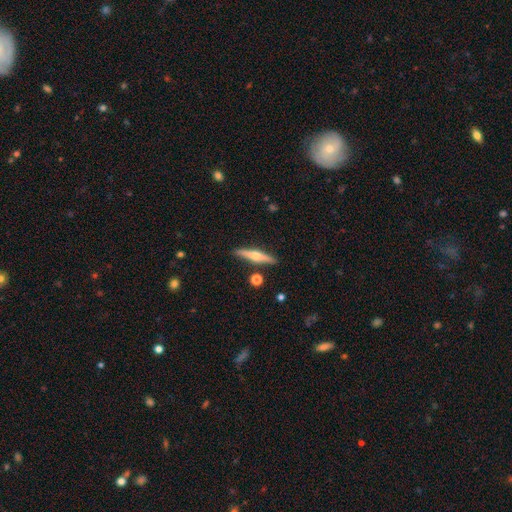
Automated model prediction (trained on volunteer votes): The model was most divided on "smooth or featured": featured or disk: 61%, smooth: 33%, star or artifact: 6%. More confident: edge-on disk — yes (97%); edge-on bulge — rounded (89%); merging — none (87%).